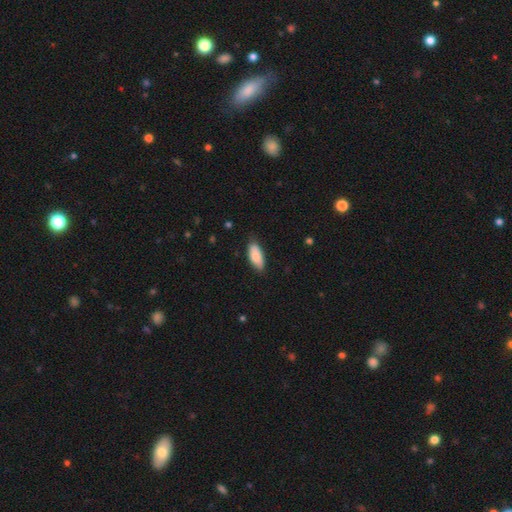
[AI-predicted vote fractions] Smooth or featured?
  - smooth: 85% *
  - featured or disk: 9%
  - star or artifact: 6%
How rounded?
  - in between: 84% *
  - cigar-shaped: 14%
  - round: 2%
Merging?
  - none: 77% *
  - minor disturbance: 19%
  - major disturbance: 3%
  - merger: 1%